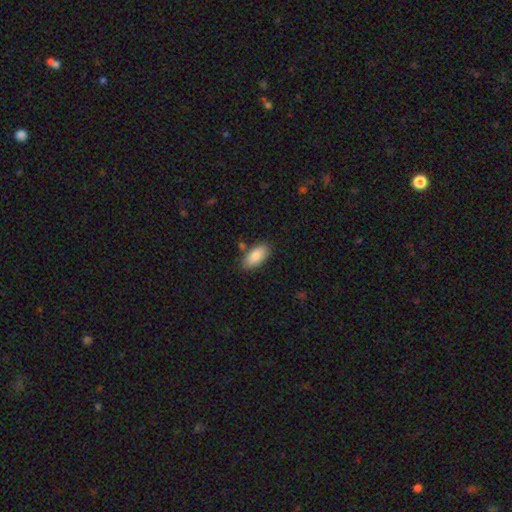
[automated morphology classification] Smooth or featured? Predicted: smooth (p=0.85). How rounded? Predicted: in between (p=0.91). Merging? Predicted: none (p=0.78).